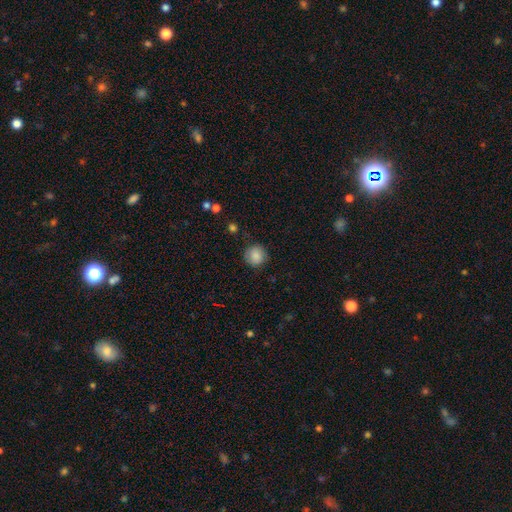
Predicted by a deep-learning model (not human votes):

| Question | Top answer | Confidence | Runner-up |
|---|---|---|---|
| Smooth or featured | smooth | 86% | star or artifact (9%) |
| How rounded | round | 92% | in between (7%) |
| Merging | none | 86% | minor disturbance (10%) |